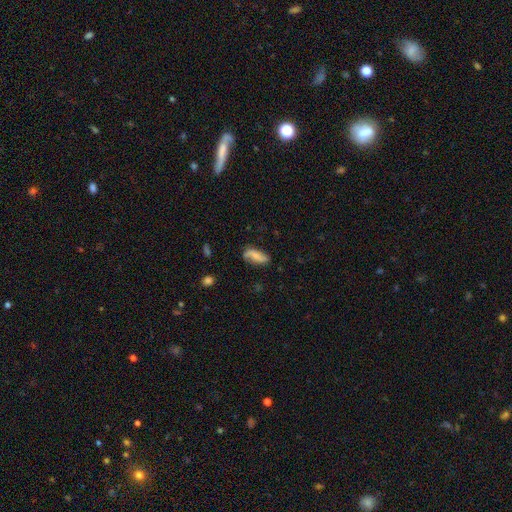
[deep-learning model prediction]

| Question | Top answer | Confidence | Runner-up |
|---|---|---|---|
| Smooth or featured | smooth | 53% | featured or disk (39%) |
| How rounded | in between | 73% | cigar-shaped (24%) |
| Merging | none | 67% | minor disturbance (24%) |